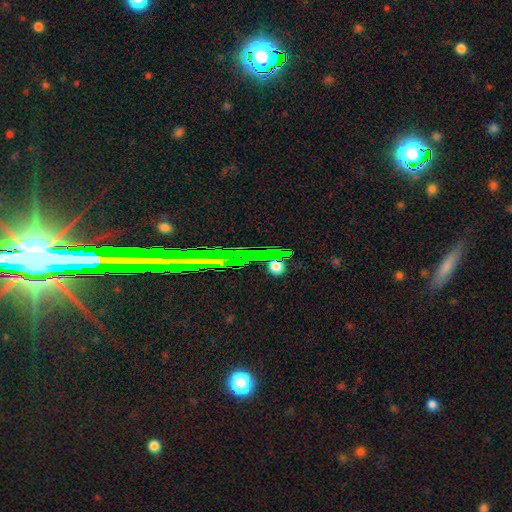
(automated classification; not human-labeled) Smooth or featured?
  - star or artifact: 72% *
  - featured or disk: 15%
  - smooth: 13%